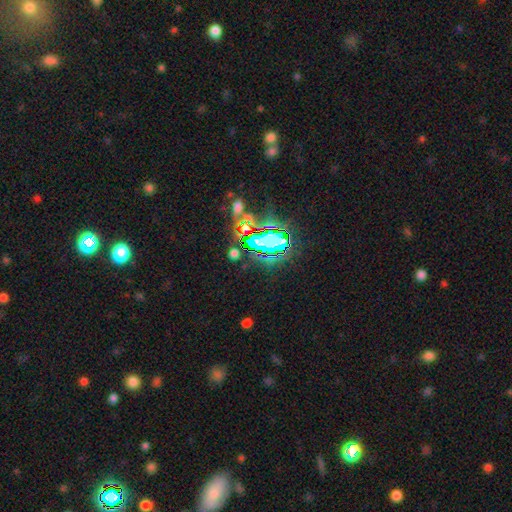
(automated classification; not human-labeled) Smooth or featured: star or artifact — 78% (smooth — 14%)